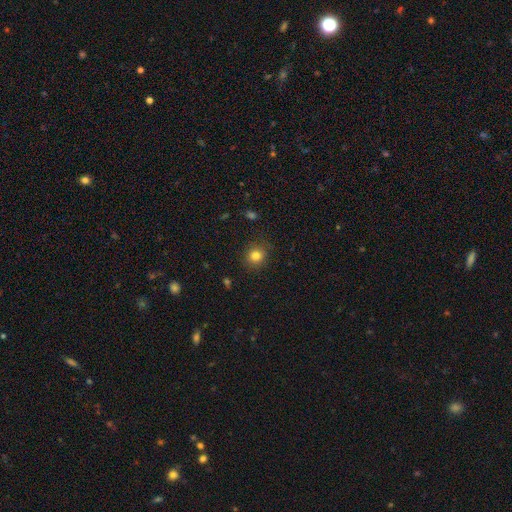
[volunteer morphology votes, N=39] Smooth or featured?
  - smooth: 85% *
  - featured or disk: 8%
  - star or artifact: 8%
How rounded?
  - round: 88% *
  - in between: 9%
  - cigar-shaped: 3%
Merging?
  - none: 92% *
  - minor disturbance: 6%
  - major disturbance: 3%
  - merger: 0%